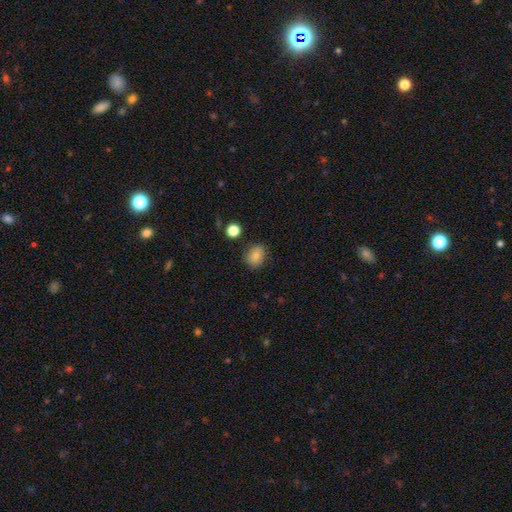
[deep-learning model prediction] Q: Smooth or featured?
A: smooth (81%); runner-up: star or artifact (10%)
Q: How rounded?
A: round (54%); runner-up: in between (45%)
Q: Merging?
A: none (79%); runner-up: minor disturbance (15%)